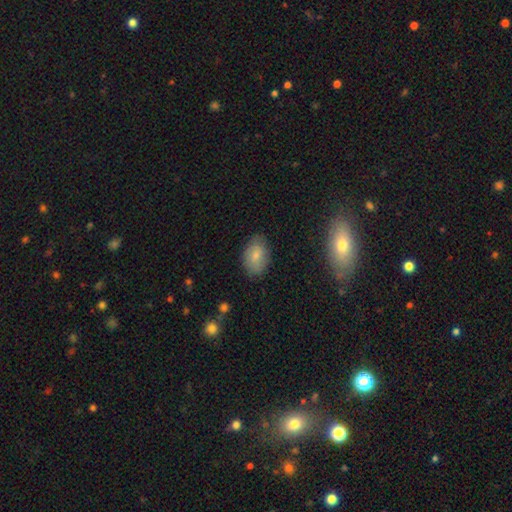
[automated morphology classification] Smooth or featured? Predicted: smooth (p=0.72). How rounded? Predicted: in between (p=0.86). Merging? Predicted: none (p=0.78).